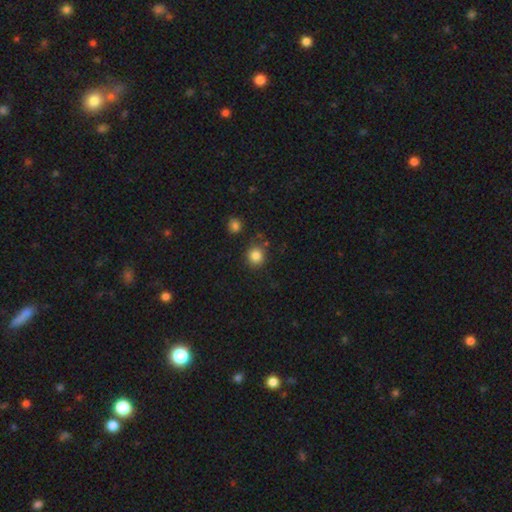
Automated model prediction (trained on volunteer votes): Q: Smooth or featured?
A: smooth (85%); runner-up: star or artifact (11%)
Q: How rounded?
A: round (89%); runner-up: in between (10%)
Q: Merging?
A: none (82%); runner-up: minor disturbance (10%)